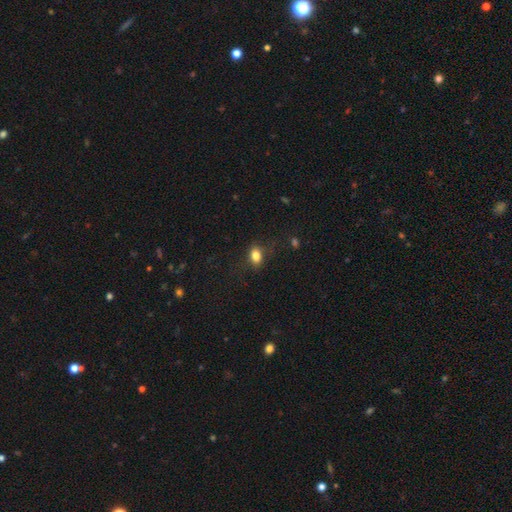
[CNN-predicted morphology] smooth-or-featured: smooth: 82% | star or artifact: 11% | featured or disk: 7%
  how-rounded: in between: 76% | round: 22% | cigar-shaped: 2%
  merging: none: 76% | minor disturbance: 16% | major disturbance: 6% | merger: 1%